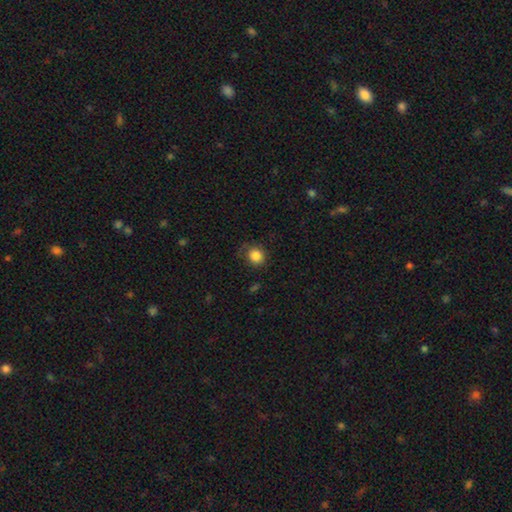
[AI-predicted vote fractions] Smooth or featured?
  - smooth: 84% *
  - star or artifact: 10%
  - featured or disk: 6%
How rounded?
  - round: 80% *
  - in between: 19%
  - cigar-shaped: 1%
Merging?
  - none: 70% *
  - minor disturbance: 20%
  - major disturbance: 8%
  - merger: 1%